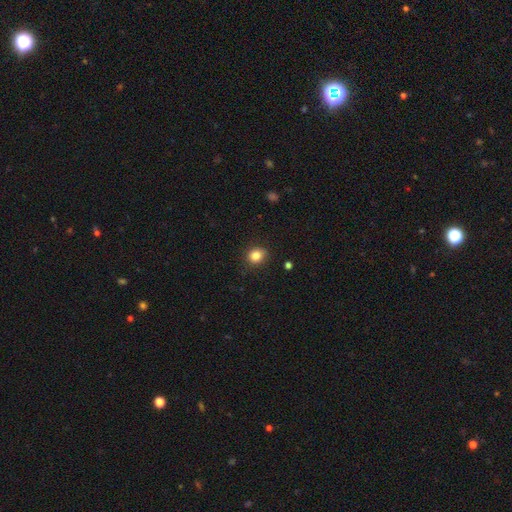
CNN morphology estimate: smooth-or-featured: smooth: 84% | star or artifact: 11% | featured or disk: 5%
  how-rounded: round: 76% | in between: 23% | cigar-shaped: 1%
  merging: none: 88% | minor disturbance: 9% | major disturbance: 2% | merger: 1%